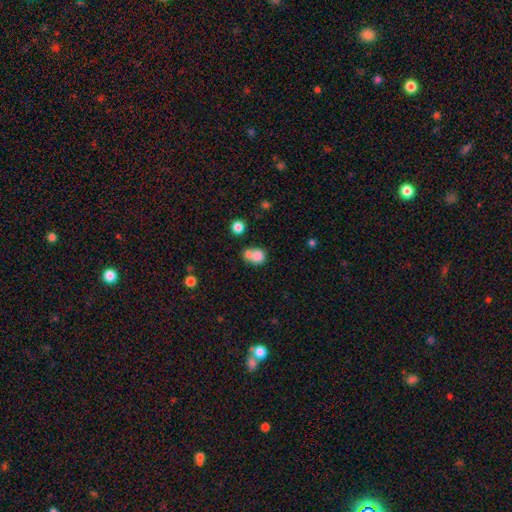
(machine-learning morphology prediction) Smooth or featured? Predicted: smooth (p=0.77). How rounded? Predicted: round (p=0.66). Merging? Predicted: merger (p=0.57).